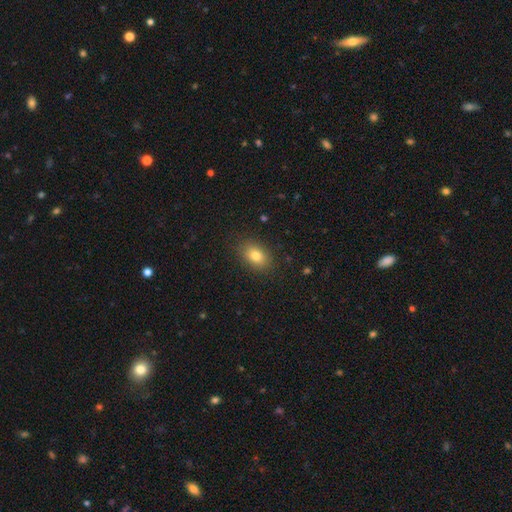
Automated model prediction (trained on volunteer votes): A smooth galaxy with no disk features (80%) that is in between round and cigar-shaped (78%). Merging: none (87%).